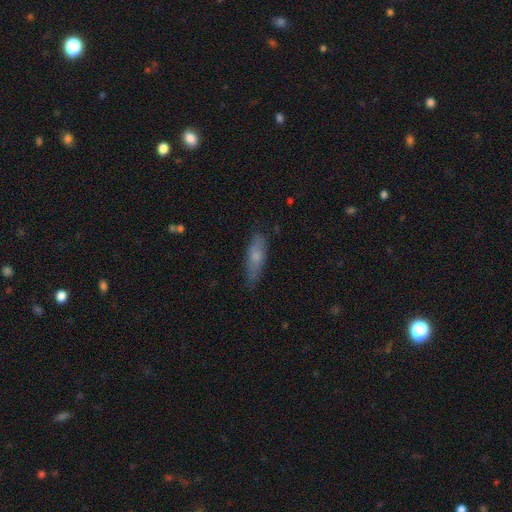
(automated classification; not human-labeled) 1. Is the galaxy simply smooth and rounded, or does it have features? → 66% smooth, 27% featured or disk, 7% star or artifact.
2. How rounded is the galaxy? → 57% cigar-shaped, 41% in between, 2% round.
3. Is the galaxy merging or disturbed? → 73% none, 21% minor disturbance, 4% major disturbance, 1% merger.